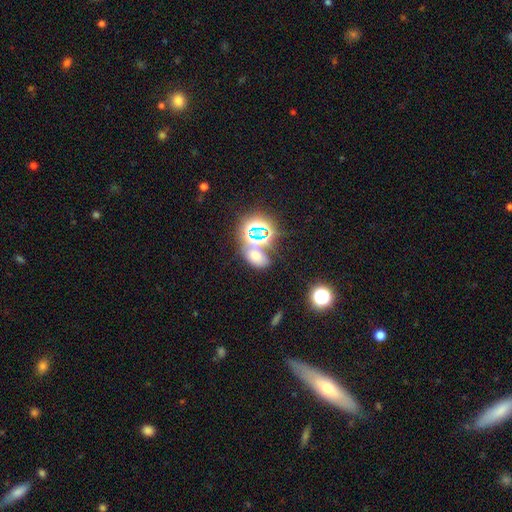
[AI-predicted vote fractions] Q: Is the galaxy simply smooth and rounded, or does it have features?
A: smooth — 48%.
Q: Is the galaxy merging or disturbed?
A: none — 55%.